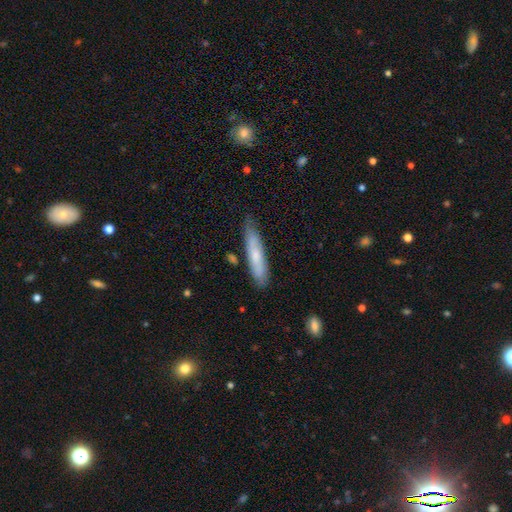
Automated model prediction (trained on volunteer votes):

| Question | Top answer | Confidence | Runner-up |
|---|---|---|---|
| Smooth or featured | smooth | 64% | featured or disk (30%) |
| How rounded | cigar-shaped | 84% | in between (14%) |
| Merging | none | 77% | minor disturbance (18%) |